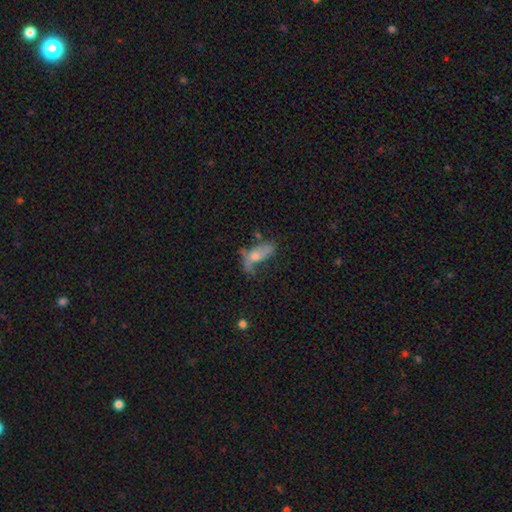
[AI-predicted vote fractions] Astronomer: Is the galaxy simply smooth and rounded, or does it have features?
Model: smooth — 45% (runner-up: featured or disk, 41%).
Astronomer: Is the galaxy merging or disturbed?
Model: major disturbance — 40% (runner-up: none, 28%).